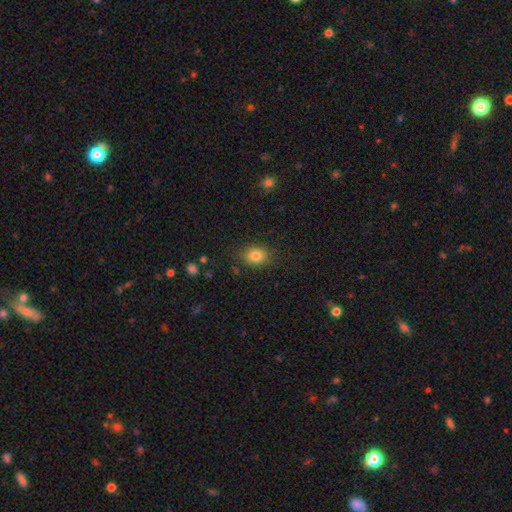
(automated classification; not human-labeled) smooth 82%, star or artifact 11%, featured or disk 7%. Down the decision tree: how rounded — in between (53%); merging — none (83%).